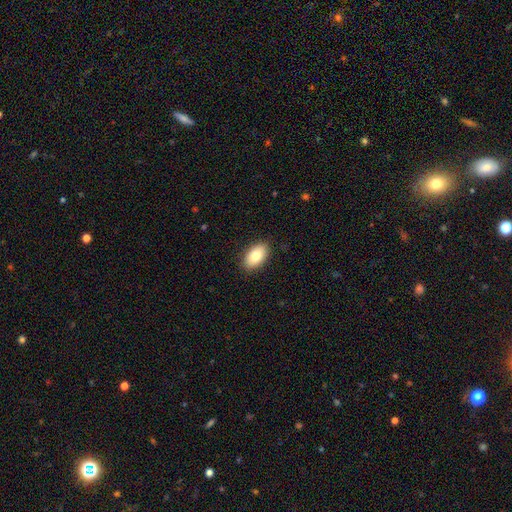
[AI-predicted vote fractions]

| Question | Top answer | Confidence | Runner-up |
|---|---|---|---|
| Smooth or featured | smooth | 81% | featured or disk (12%) |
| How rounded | in between | 93% | round (6%) |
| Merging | none | 88% | minor disturbance (9%) |